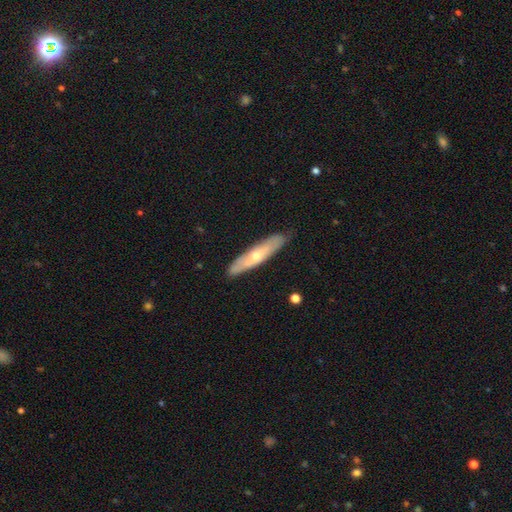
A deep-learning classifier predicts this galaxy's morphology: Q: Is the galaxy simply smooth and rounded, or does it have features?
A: featured or disk — 51%.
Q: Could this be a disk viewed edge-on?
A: yes — 64%.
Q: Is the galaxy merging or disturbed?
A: none — 84%.